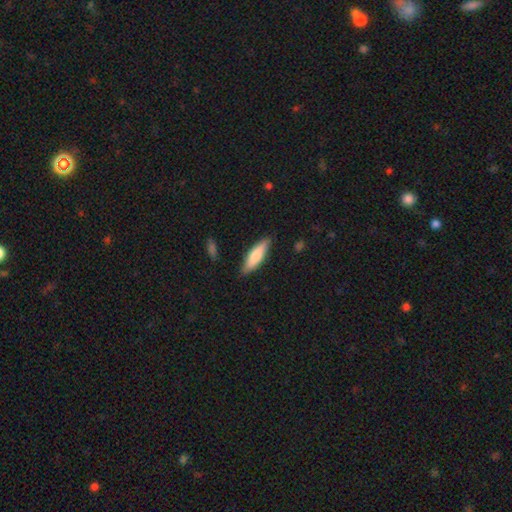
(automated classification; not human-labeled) Smooth or featured? Predicted: smooth (p=0.75). How rounded? Predicted: cigar-shaped (p=0.59). Merging? Predicted: none (p=0.85).